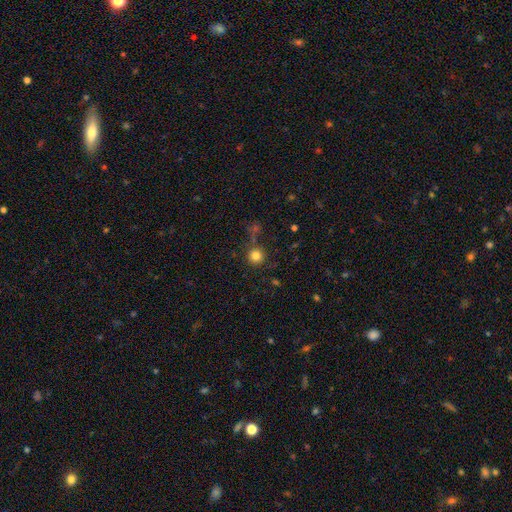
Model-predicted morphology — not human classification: A smooth galaxy with no disk features (81%) that is round (95%). Merging: none (81%).